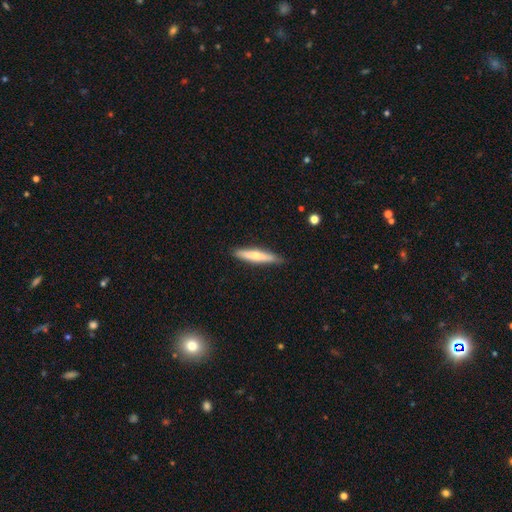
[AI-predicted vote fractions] Morphology: type=smooth (62%); roundness=cigar-shaped (89%); merging=none (87%).